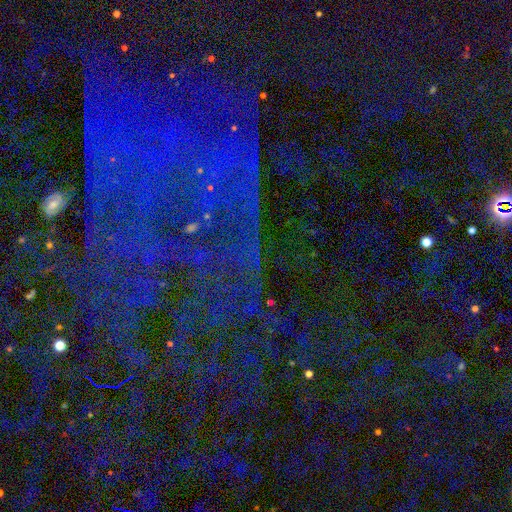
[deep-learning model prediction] The model was most divided on "smooth or featured": star or artifact: 83%, featured or disk: 9%, smooth: 8%.